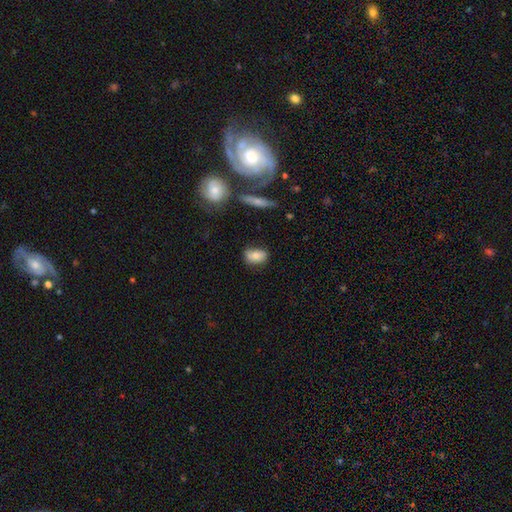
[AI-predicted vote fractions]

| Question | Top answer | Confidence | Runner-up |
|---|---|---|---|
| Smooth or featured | smooth | 74% | featured or disk (17%) |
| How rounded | in between | 83% | round (14%) |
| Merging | none | 67% | minor disturbance (23%) |